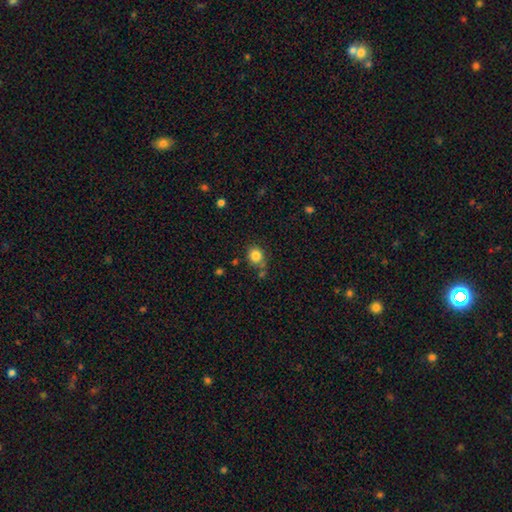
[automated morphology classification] This appears to be a smooth galaxy with no disk features (84%) that is round (75%). Merging: none (70%).